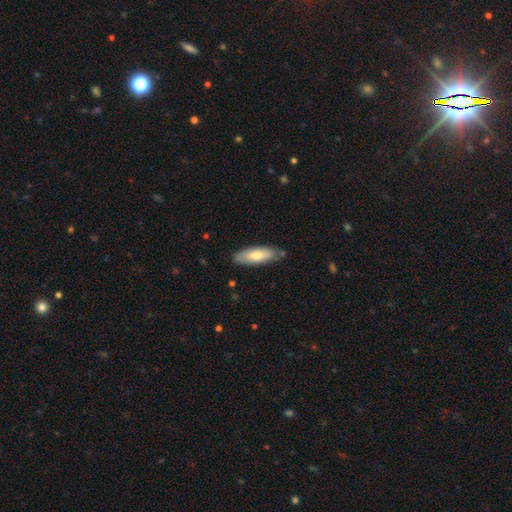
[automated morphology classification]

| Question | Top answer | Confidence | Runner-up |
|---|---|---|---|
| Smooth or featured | smooth | 71% | featured or disk (23%) |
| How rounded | in between | 55% | cigar-shaped (44%) |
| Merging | none | 80% | minor disturbance (15%) |